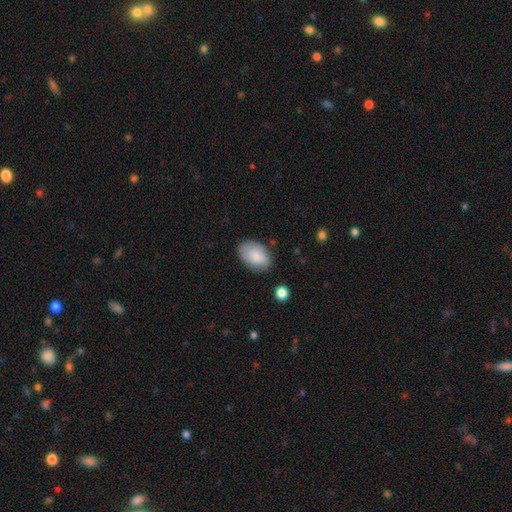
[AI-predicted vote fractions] Overall: smooth (83%). How rounded: in between (91%). Merging: none (78%).